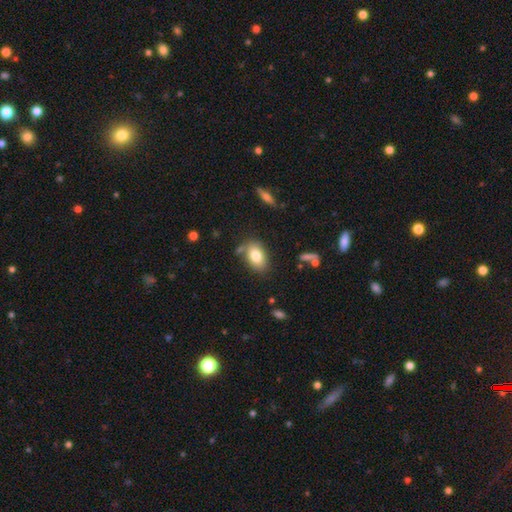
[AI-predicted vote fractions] smooth_or_featured: smooth (p=0.80) [alt: featured or disk p=0.11]
how_rounded: in between (p=0.89) [alt: round p=0.09]
merging: none (p=0.76) [alt: minor disturbance p=0.14]